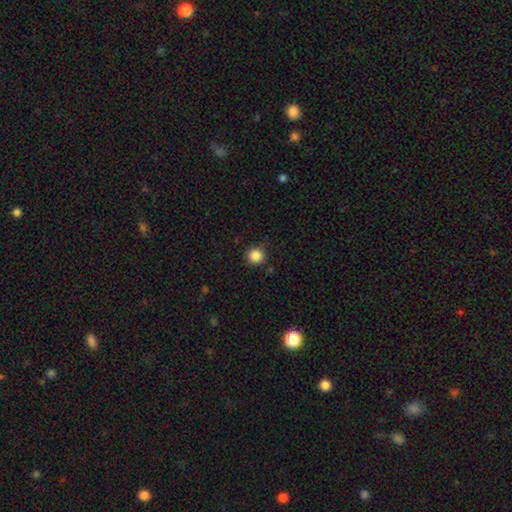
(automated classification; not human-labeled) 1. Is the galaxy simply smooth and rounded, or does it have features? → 85% smooth, 11% star or artifact, 4% featured or disk.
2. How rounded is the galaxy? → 94% round, 5% in between, 1% cigar-shaped.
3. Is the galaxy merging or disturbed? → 79% none, 15% minor disturbance, 3% major disturbance, 2% merger.